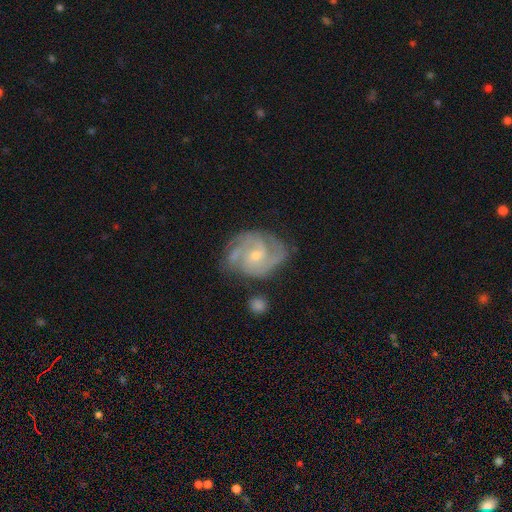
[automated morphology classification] A featured or disk galaxy (88%) with no bar (56%), 3 (40%) tight (48%) spiral arms (97%) and a small central bulge (62%).

Vote fractions:
- Smooth or featured? featured or disk: 88% / smooth: 7% / star or artifact: 5%
- Edge-on disk? no: 98% / yes: 2%
- Bar? no: 56% / weak: 37% / strong: 7%
- Spiral arms? yes: 97% / no: 3%
- Spiral winding? tight: 48% / medium: 43% / loose: 9%
- Spiral arm count? 3: 40% / 2: 28% / can't tell: 14% / 4: 9% / 1: 4% / more than 4: 4%
- Bulge size? small: 62% / moderate: 34% / none: 1% / large: 1% / dominant: 1%
- Merging? none: 67% / minor disturbance: 21% / major disturbance: 8% / merger: 4%